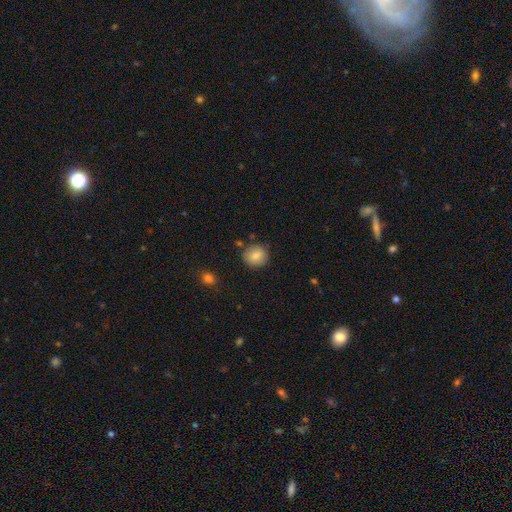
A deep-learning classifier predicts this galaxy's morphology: The model was most divided on "merging": none: 83%, minor disturbance: 11%, merger: 3%, major disturbance: 3%. More confident: how rounded — round (86%); smooth or featured — smooth (84%).